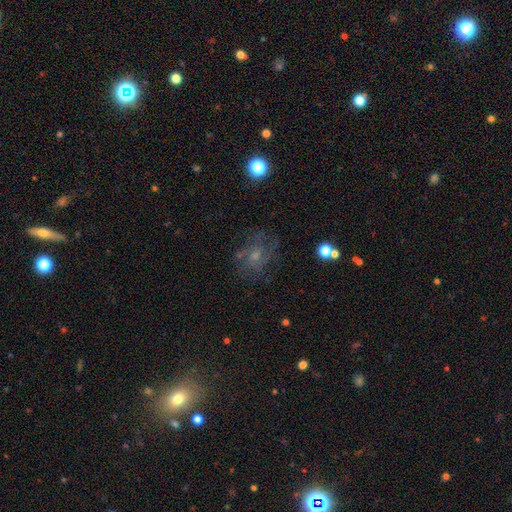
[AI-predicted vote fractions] Q: Smooth or featured?
A: featured or disk (50%); runner-up: smooth (32%)
Q: Merging?
A: none (62%); runner-up: minor disturbance (19%)